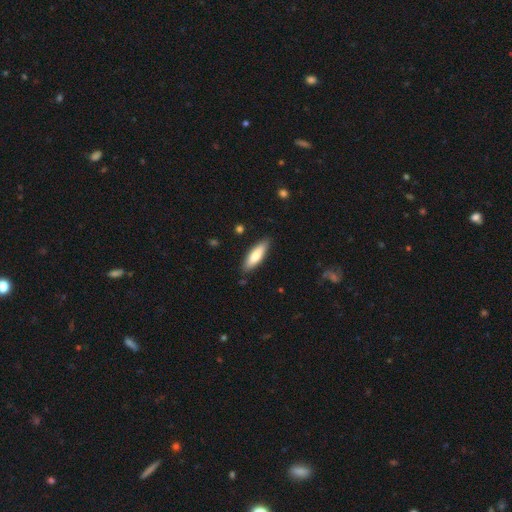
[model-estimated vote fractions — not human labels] Smooth or featured? smooth (76%)
How rounded? cigar-shaped (56%)
Merging? none (86%)